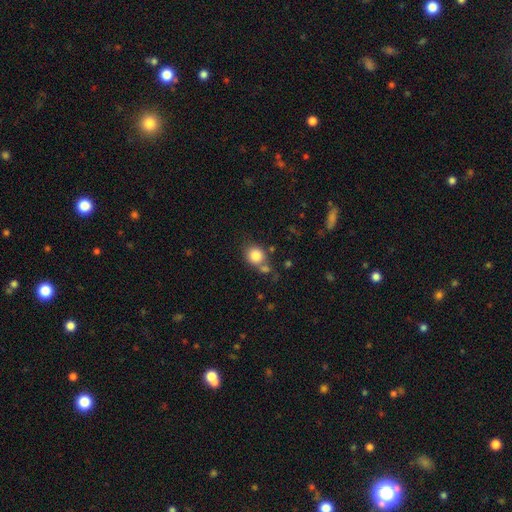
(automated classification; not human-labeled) Smooth or featured? smooth (83%)
How rounded? round (77%)
Merging? none (59%)